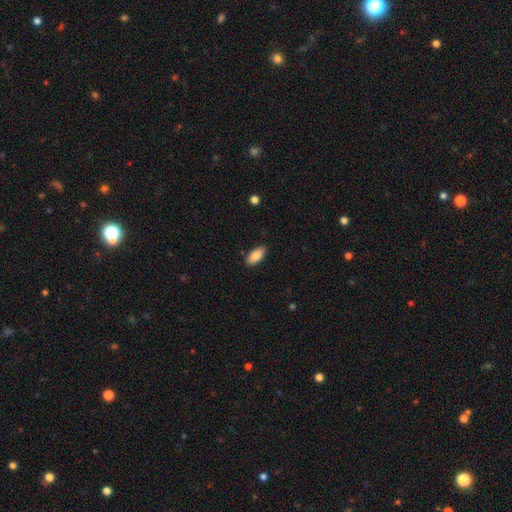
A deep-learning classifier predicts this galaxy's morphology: Smooth or featured?
  - smooth: 86% *
  - featured or disk: 8%
  - star or artifact: 7%
How rounded?
  - in between: 92% *
  - cigar-shaped: 5%
  - round: 2%
Merging?
  - none: 88% *
  - minor disturbance: 9%
  - major disturbance: 2%
  - merger: 1%